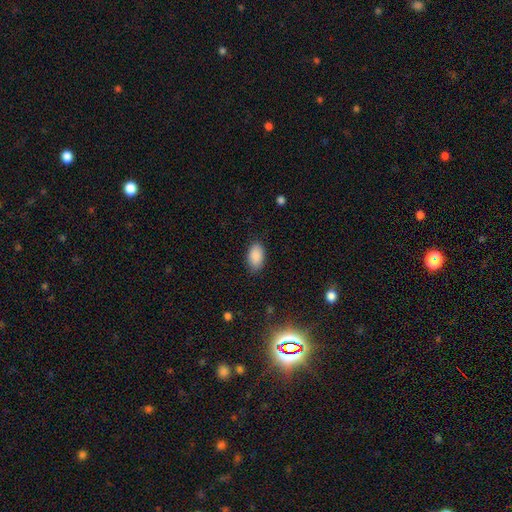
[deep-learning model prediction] The model was most divided on "merging": none: 85%, minor disturbance: 11%, major disturbance: 3%, merger: 1%. More confident: how rounded — in between (93%); smooth or featured — smooth (89%).